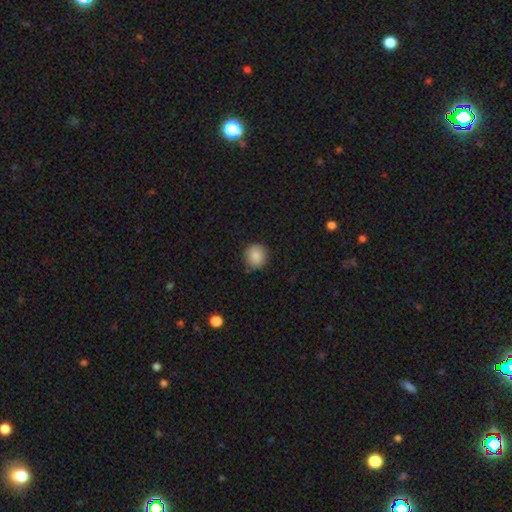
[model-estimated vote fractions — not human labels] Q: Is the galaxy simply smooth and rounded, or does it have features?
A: smooth — 87%.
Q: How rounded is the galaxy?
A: round — 91%.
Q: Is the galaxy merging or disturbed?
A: none — 86%.